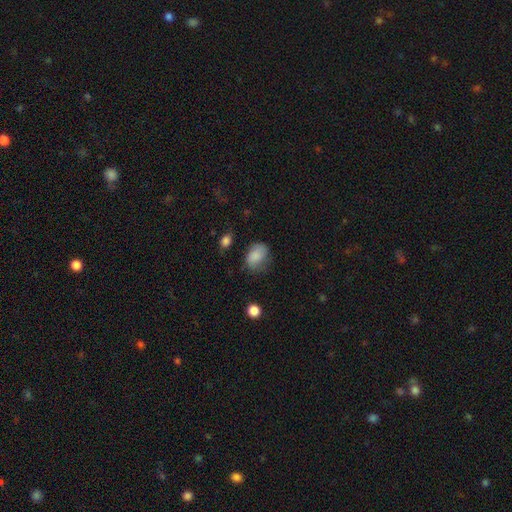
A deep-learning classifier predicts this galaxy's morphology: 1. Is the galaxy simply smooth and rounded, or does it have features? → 83% smooth, 9% featured or disk, 8% star or artifact.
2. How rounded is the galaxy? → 68% in between, 31% round, 1% cigar-shaped.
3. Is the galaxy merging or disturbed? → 57% none, 30% minor disturbance, 11% major disturbance, 2% merger.